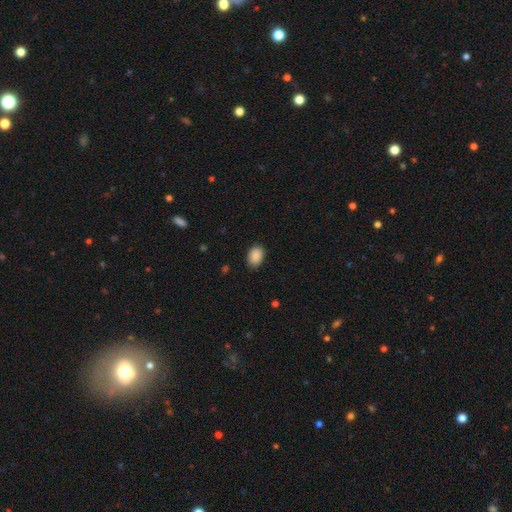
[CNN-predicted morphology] This is clearly a smooth galaxy (89%). How rounded: clearly in between (80%). Merging: clearly none (85%).